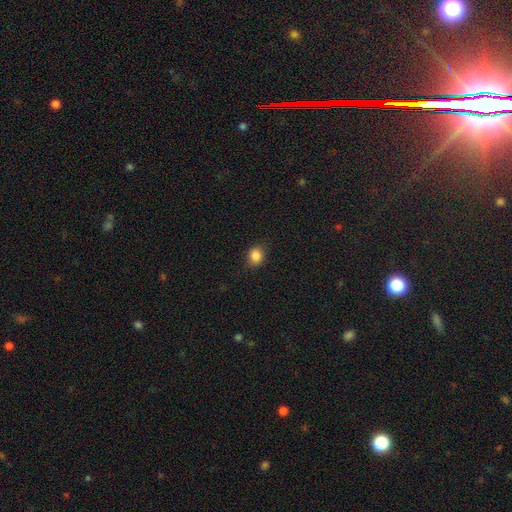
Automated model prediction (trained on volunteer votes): Q: Smooth or featured?
A: smooth (86%); runner-up: star or artifact (10%)
Q: How rounded?
A: round (67%); runner-up: in between (32%)
Q: Merging?
A: none (86%); runner-up: minor disturbance (10%)